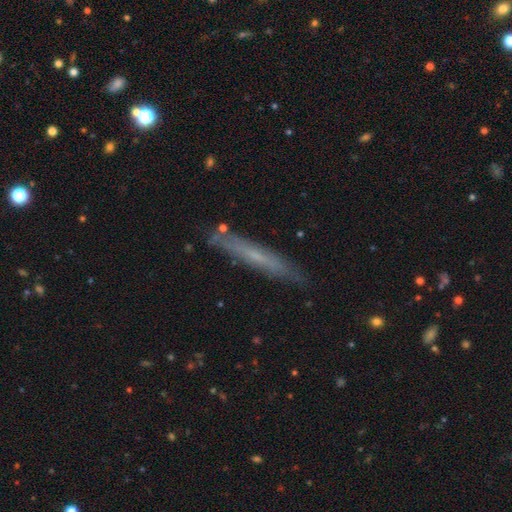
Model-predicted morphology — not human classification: smooth-or-featured: featured or disk: 48% | smooth: 44% | star or artifact: 8%
  merging: none: 83% | minor disturbance: 12% | major disturbance: 2% | merger: 2%